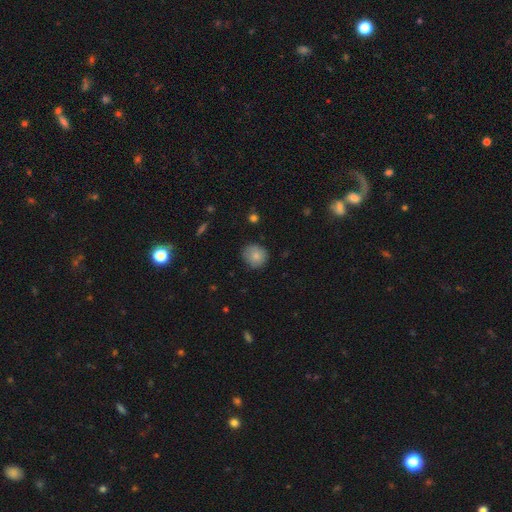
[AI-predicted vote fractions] smooth 82%, star or artifact 9%, featured or disk 9%. Down the decision tree: how rounded — round (88%); merging — none (81%).